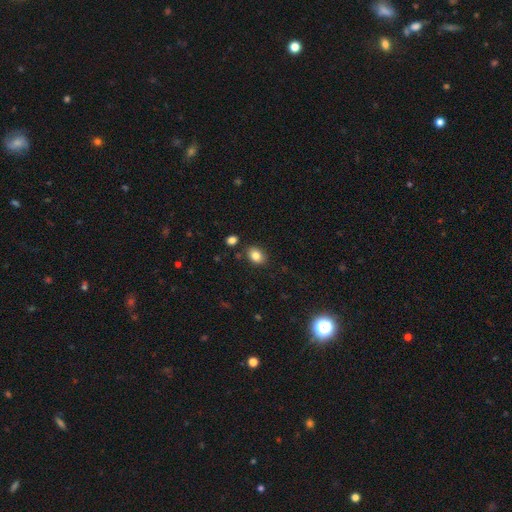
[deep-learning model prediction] A smooth galaxy with no disk features (84%) that is in between round and cigar-shaped (74%). Merging: none (83%).